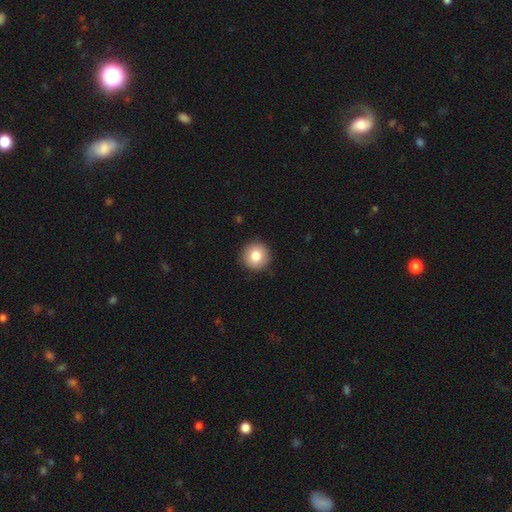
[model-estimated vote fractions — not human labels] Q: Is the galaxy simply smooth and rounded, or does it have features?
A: smooth — 81%.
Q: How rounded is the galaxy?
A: round — 95%.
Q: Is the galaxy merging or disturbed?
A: none — 92%.